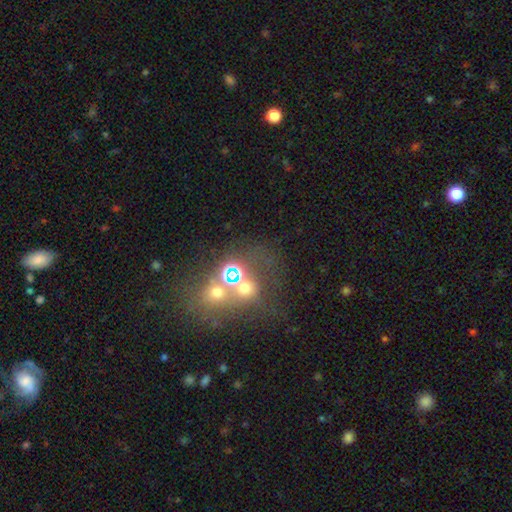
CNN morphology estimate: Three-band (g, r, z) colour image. It shows a smooth galaxy with no disk features (42%). Merging: merger (60%).